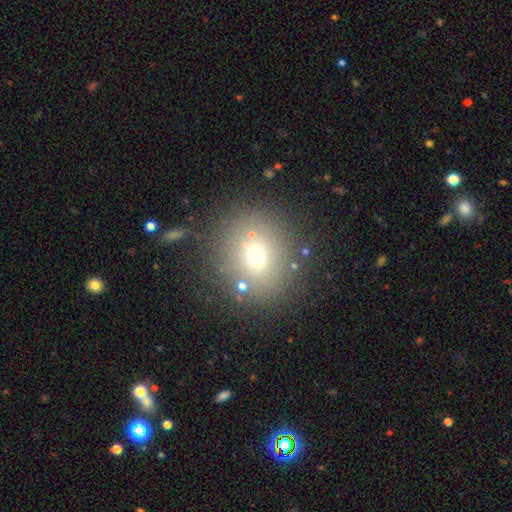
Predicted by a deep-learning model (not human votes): This is likely a smooth galaxy (66%). How rounded: clearly round (83%). Merging: clearly none (81%).